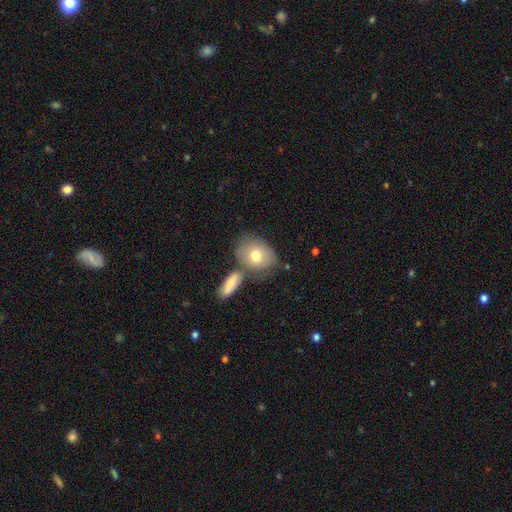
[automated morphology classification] smooth 70%, featured or disk 23%, star or artifact 7%. Down the decision tree: how rounded — in between (68%); merging — none (52%).